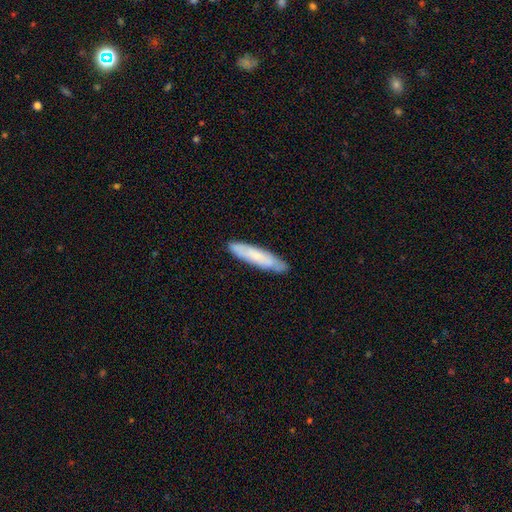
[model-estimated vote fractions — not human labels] A smooth galaxy with no disk features (63%) that is cigar-shaped (83%). Merging: none (86%).